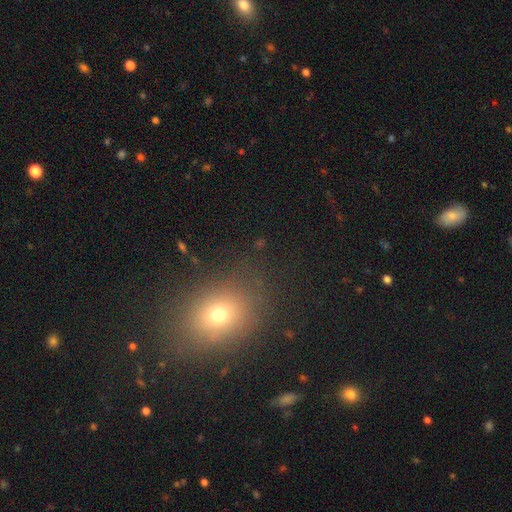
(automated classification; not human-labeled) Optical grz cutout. It shows a smooth galaxy with no disk features (60%) that is round (50%). Merging: none (86%).